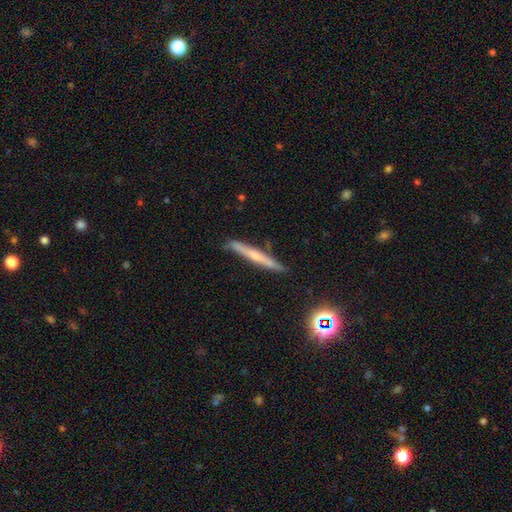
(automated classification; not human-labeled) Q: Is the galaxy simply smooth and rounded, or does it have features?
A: featured or disk — 52%.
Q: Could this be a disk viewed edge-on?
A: yes — 95%.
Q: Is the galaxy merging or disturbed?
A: none — 86%.